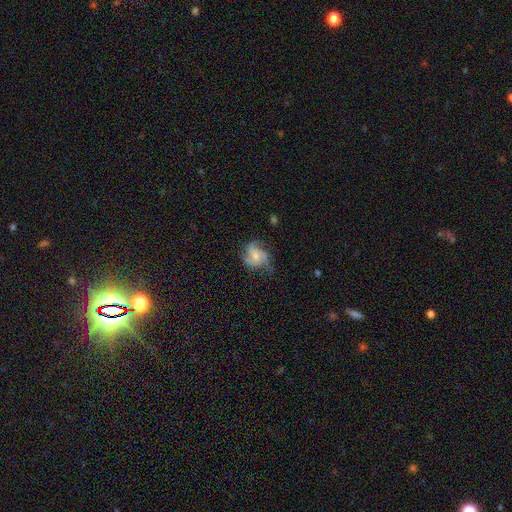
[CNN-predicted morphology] A featured or disk galaxy (68%) with no bar (63%), 3 (53%) medium (49%) spiral arms (92%) and a small central bulge (54%).

Vote fractions:
- Smooth or featured? featured or disk: 68% / smooth: 24% / star or artifact: 8%
- Edge-on disk? no: 98% / yes: 2%
- Bar? no: 63% / weak: 31% / strong: 6%
- Spiral arms? yes: 92% / no: 8%
- Spiral winding? medium: 49% / loose: 28% / tight: 22%
- Spiral arm count? 3: 53% / 2: 20% / can't tell: 11% / 4: 8% / 1: 4% / more than 4: 3%
- Bulge size? small: 54% / moderate: 36% / none: 6% / large: 2% / dominant: 1%
- Merging? none: 55% / minor disturbance: 27% / major disturbance: 16% / merger: 2%